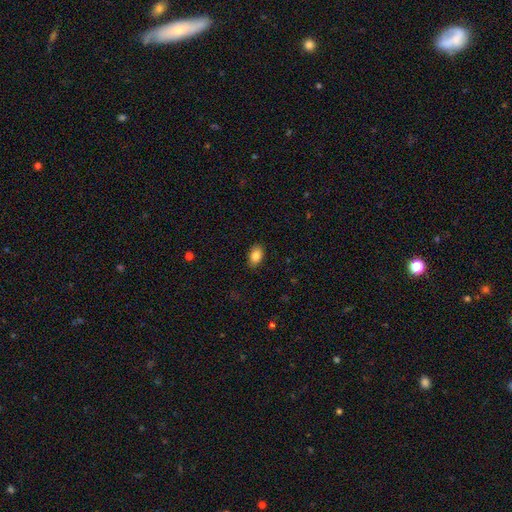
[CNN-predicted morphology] Smooth or featured?
  - smooth: 85% *
  - star or artifact: 8%
  - featured or disk: 7%
How rounded?
  - in between: 88% *
  - round: 10%
  - cigar-shaped: 1%
Merging?
  - none: 88% *
  - minor disturbance: 9%
  - major disturbance: 2%
  - merger: 1%